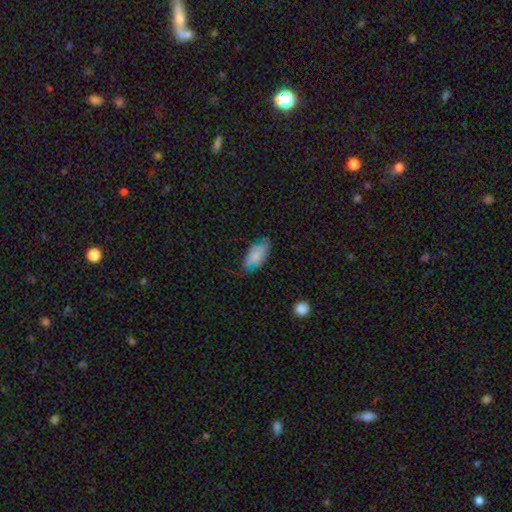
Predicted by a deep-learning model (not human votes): Smooth or featured? smooth (78%)
How rounded? in between (88%)
Merging? none (64%)